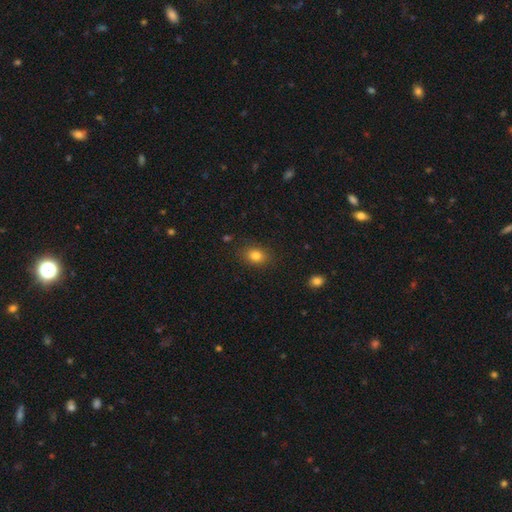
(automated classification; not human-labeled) A smooth galaxy with no disk features (83%) that is in between round and cigar-shaped (61%). Merging: none (85%).